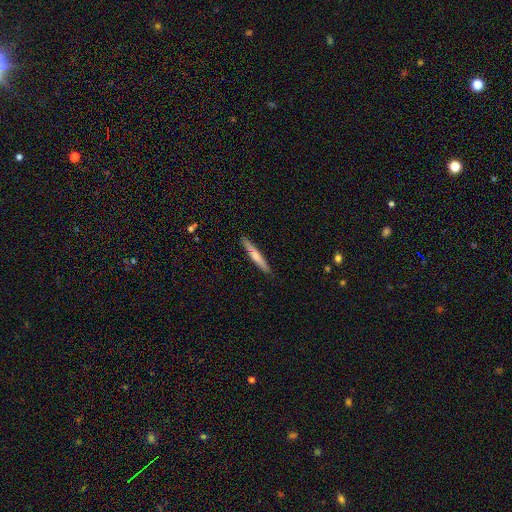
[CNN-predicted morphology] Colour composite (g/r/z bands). It shows a smooth galaxy with no disk features (52%) that is cigar-shaped (95%). Merging: none (90%).